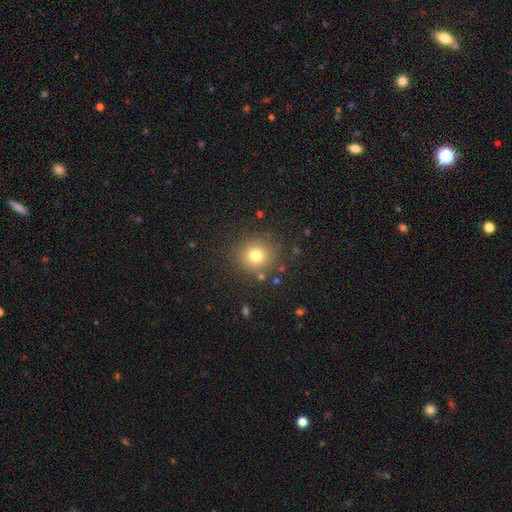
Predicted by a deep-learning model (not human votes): The model was most divided on "smooth or featured": smooth: 76%, star or artifact: 15%, featured or disk: 9%. More confident: how rounded — round (91%); merging — none (86%).